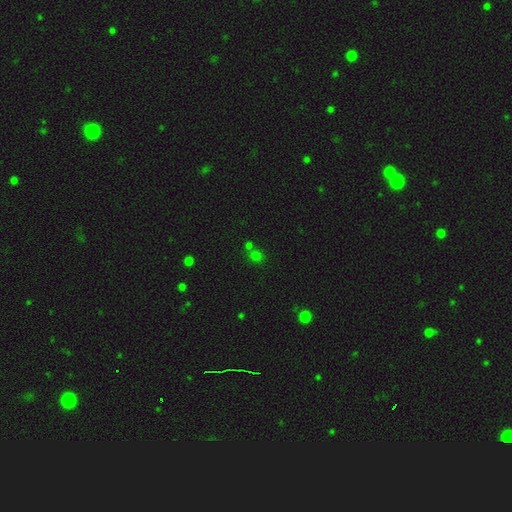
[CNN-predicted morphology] This appears to be a smooth galaxy with no disk features (58%) that is round (82%). Merging: none (62%).